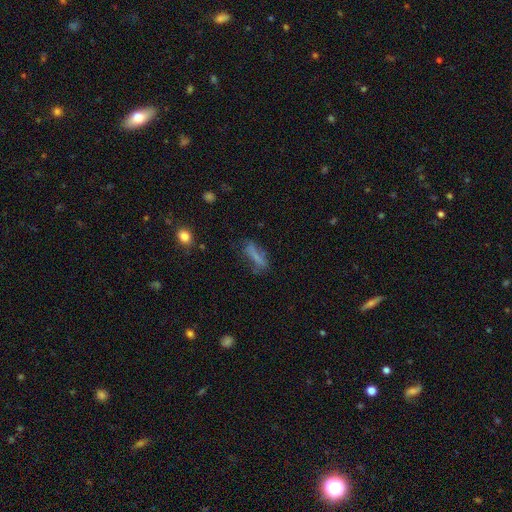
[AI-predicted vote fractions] Smooth or featured? Predicted: smooth (p=0.65). How rounded? Predicted: cigar-shaped (p=0.59). Merging? Predicted: none (p=0.57).